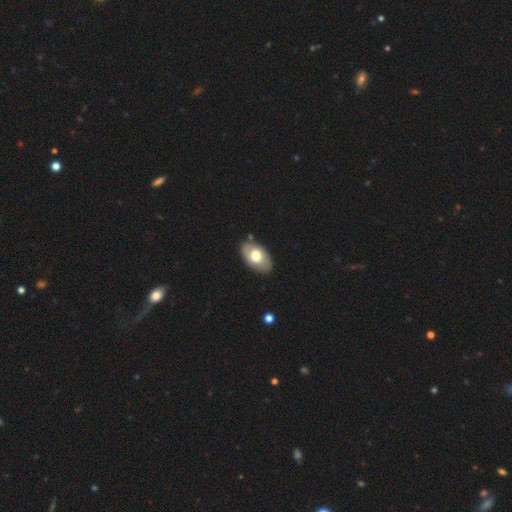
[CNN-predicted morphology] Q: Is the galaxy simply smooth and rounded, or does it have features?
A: smooth — 63%.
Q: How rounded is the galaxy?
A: in between — 92%.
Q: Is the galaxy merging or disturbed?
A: none — 82%.